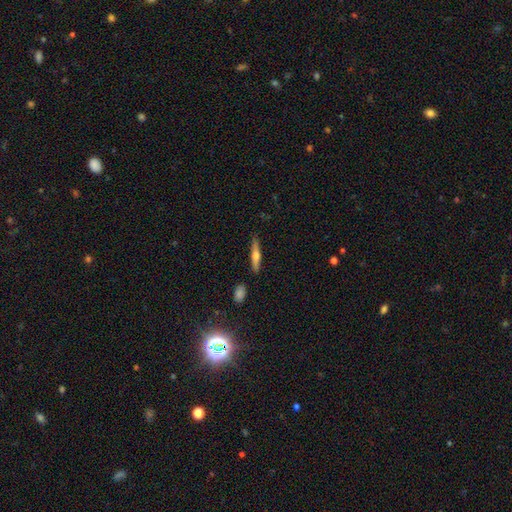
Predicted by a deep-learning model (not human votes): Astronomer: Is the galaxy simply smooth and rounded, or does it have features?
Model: featured or disk — 49% (runner-up: smooth, 44%).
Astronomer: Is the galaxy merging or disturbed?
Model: none — 86%.